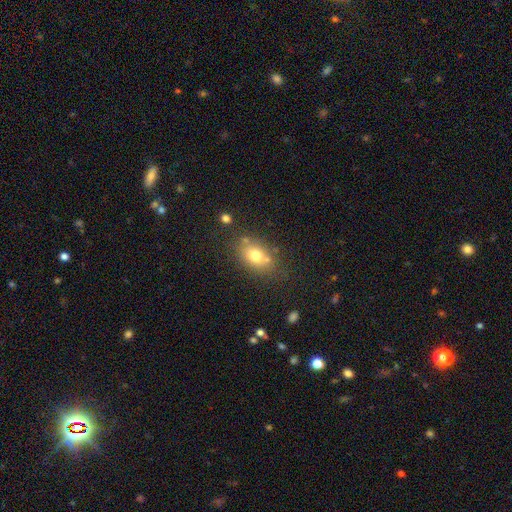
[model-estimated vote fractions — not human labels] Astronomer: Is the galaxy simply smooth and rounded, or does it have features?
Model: smooth — 75%.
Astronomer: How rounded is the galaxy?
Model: in between — 74%.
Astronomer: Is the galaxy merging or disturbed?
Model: none — 69%.